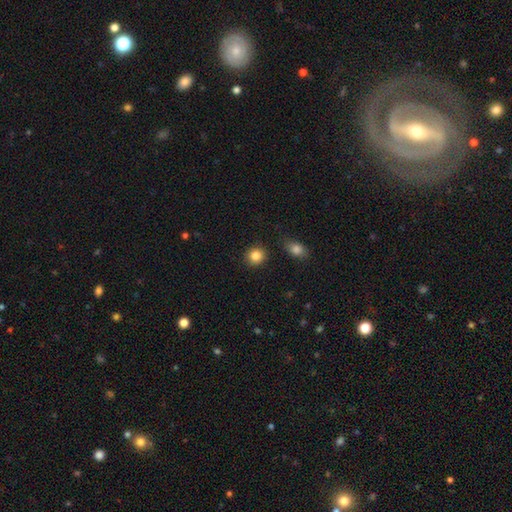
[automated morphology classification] A smooth galaxy with no disk features (85%) that is round (87%).

Vote fractions:
- Smooth or featured? smooth: 85% / star or artifact: 10% / featured or disk: 5%
- How rounded? round: 87% / in between: 12% / cigar-shaped: 1%
- Merging? none: 89% / minor disturbance: 6% / merger: 2% / major disturbance: 2%